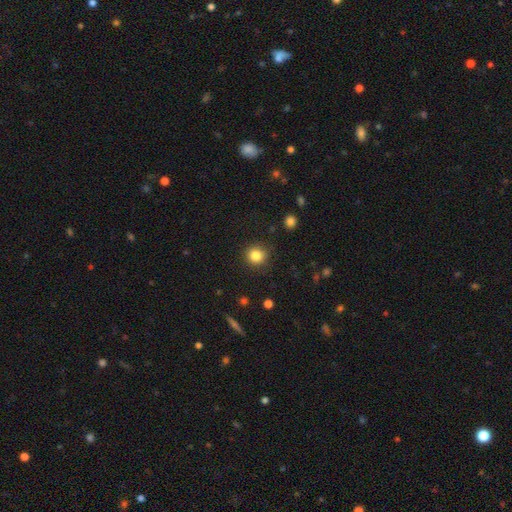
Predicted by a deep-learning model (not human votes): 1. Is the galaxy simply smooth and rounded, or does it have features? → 84% smooth, 11% star or artifact, 5% featured or disk.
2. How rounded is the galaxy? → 90% round, 9% in between, 1% cigar-shaped.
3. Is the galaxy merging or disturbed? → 88% none, 8% minor disturbance, 3% major disturbance, 1% merger.